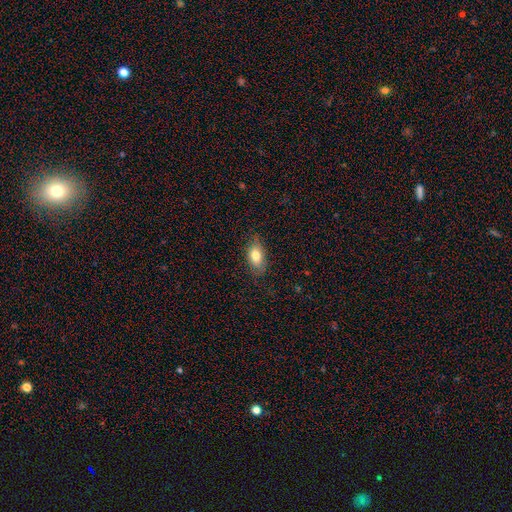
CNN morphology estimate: Overall: smooth (79%). How rounded: in between (89%). Merging: none (79%).